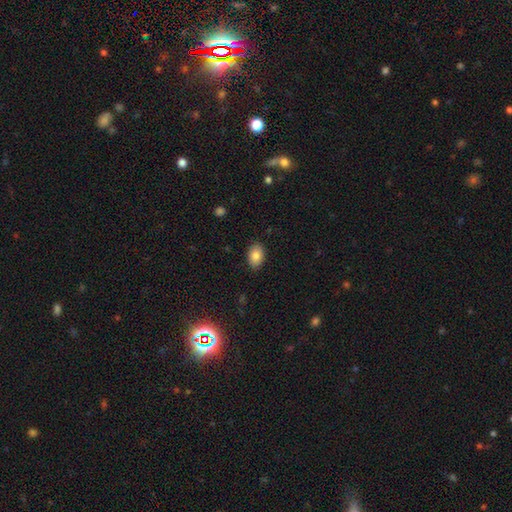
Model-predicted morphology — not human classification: A smooth galaxy with no disk features (84%) that is in between round and cigar-shaped (86%). Merging: none (87%).